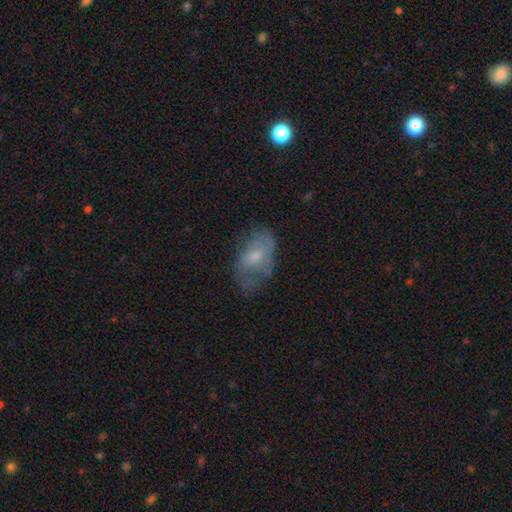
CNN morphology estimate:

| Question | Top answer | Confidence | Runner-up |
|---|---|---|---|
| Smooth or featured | smooth | 46% | featured or disk (45%) |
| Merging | none | 45% | minor disturbance (30%) |